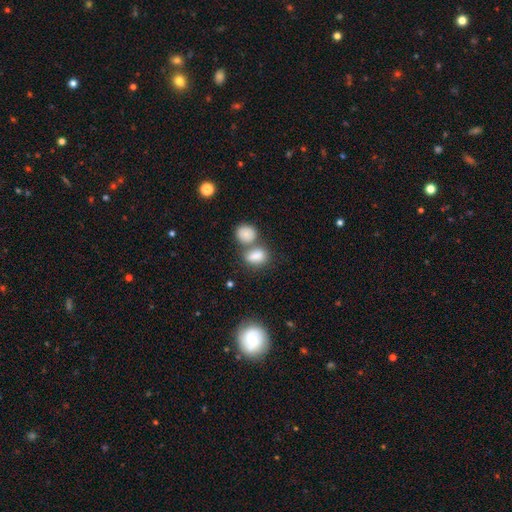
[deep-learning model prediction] Smooth or featured: smooth — 81% (star or artifact — 11%)
How rounded: in between — 65% (round — 33%)
Merging: none — 42% (merger — 41%)